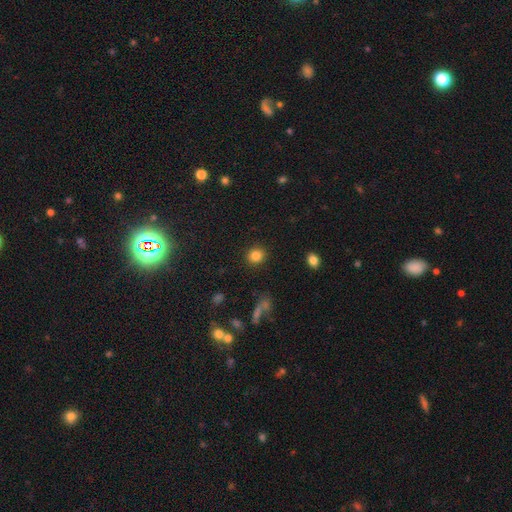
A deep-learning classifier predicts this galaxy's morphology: A smooth galaxy with no disk features (84%) that is round (86%).

Vote fractions:
- Smooth or featured? smooth: 84% / star or artifact: 11% / featured or disk: 5%
- How rounded? round: 86% / in between: 13% / cigar-shaped: 1%
- Merging? none: 90% / minor disturbance: 6% / major disturbance: 3% / merger: 1%